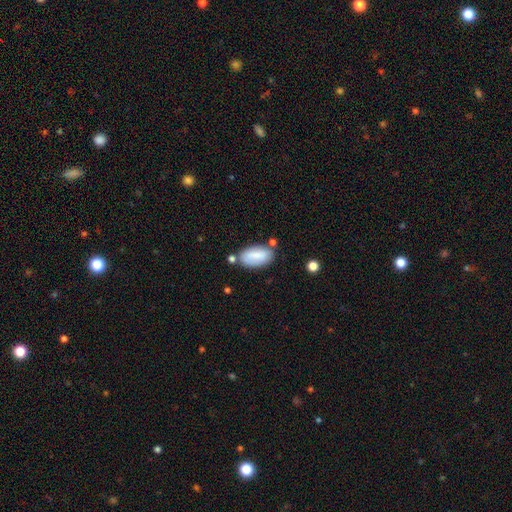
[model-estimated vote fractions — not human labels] A smooth galaxy with no disk features (80%) that is in between round and cigar-shaped (94%). Merging: none (67%).